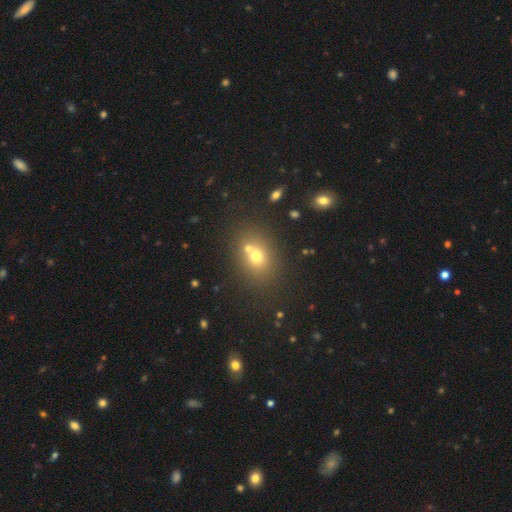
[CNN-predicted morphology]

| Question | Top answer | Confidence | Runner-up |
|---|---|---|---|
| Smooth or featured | smooth | 65% | star or artifact (19%) |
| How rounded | round | 53% | in between (45%) |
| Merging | none | 55% | merger (33%) |